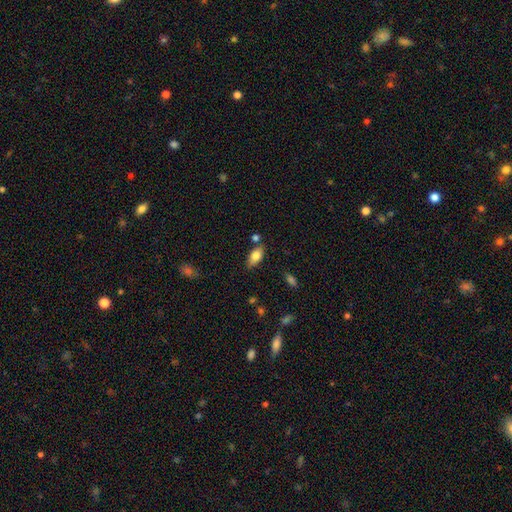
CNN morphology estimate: This is likely a smooth galaxy (76%). How rounded: clearly in between (88%). Merging: likely none (74%).